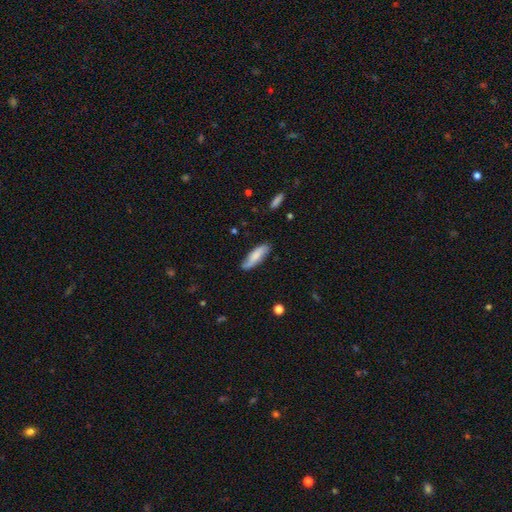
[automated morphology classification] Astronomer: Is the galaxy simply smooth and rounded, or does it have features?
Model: smooth — 70%.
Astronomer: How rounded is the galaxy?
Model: in between — 49%, tied with cigar-shaped at 49%.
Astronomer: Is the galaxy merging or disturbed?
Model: none — 77%.